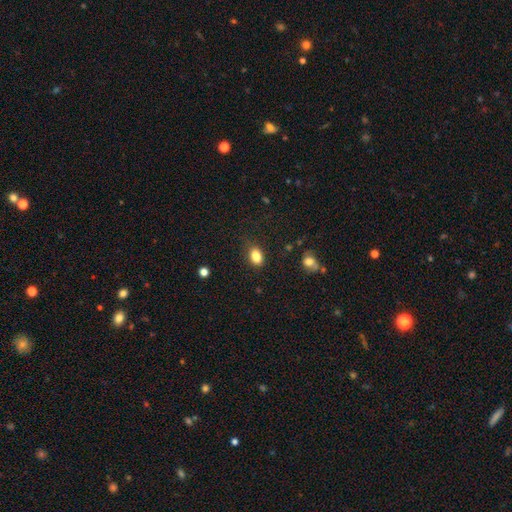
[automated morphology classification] The model was most divided on "merging": none: 77%, minor disturbance: 16%, major disturbance: 4%, merger: 2%. More confident: smooth or featured — smooth (85%); how rounded — in between (80%).